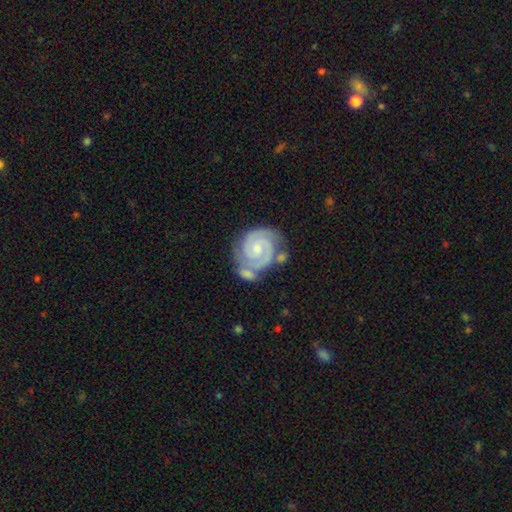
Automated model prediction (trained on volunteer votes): Smooth or featured?
  - featured or disk: 89% *
  - smooth: 6%
  - star or artifact: 5%
Edge-on disk?
  - no: 98% *
  - yes: 2%
Bar?
  - no: 60% *
  - weak: 32%
  - strong: 8%
Spiral arms?
  - yes: 98% *
  - no: 2%
Spiral winding?
  - tight: 71% *
  - medium: 25%
  - loose: 3%
Spiral arm count?
  - 2: 82% *
  - 3: 9%
  - can't tell: 4%
  - 1: 2%
  - 4: 1%
  - more than 4: 1%
Bulge size?
  - small: 62% *
  - moderate: 32%
  - none: 3%
  - large: 1%
  - dominant: 1%
Merging?
  - none: 59% *
  - minor disturbance: 18%
  - merger: 17%
  - major disturbance: 7%